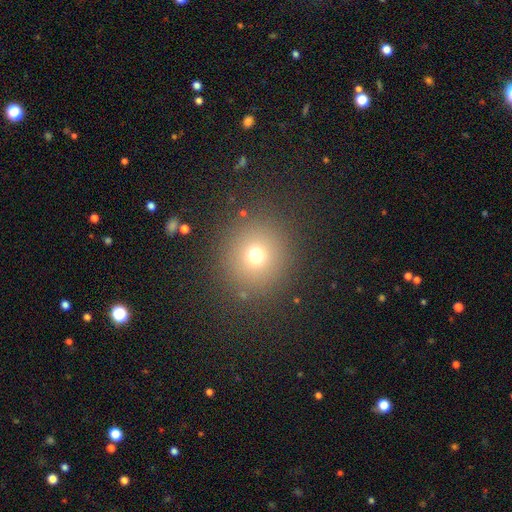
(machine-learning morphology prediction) type=smooth (70%); roundness=round (91%); merging=none (87%).